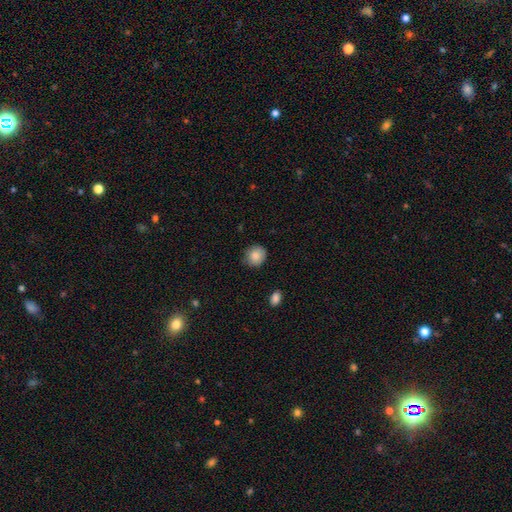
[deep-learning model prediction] Smooth or featured? smooth (86%)
How rounded? round (87%)
Merging? none (80%)